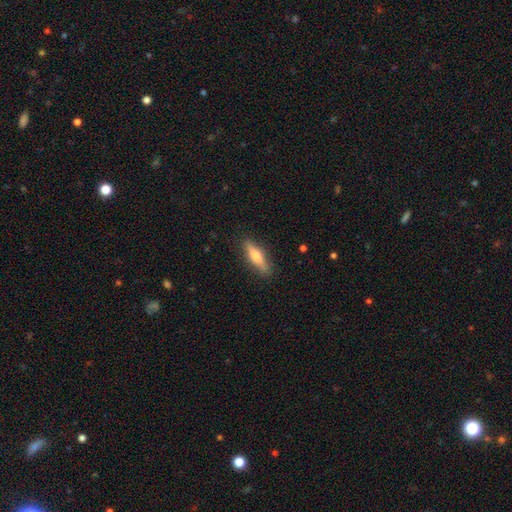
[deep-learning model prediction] smooth-or-featured: smooth: 61% | featured or disk: 33% | star or artifact: 6%
  how-rounded: cigar-shaped: 68% | in between: 30% | round: 2%
  merging: none: 87% | minor disturbance: 10% | major disturbance: 2% | merger: 1%